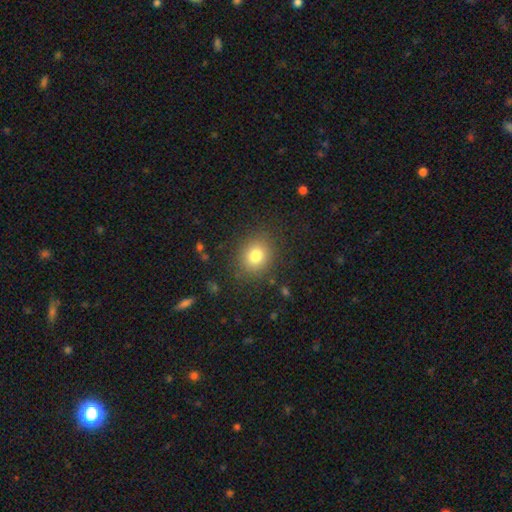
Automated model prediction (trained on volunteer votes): Morphology: type=smooth (79%); roundness=round (72%); merging=none (86%).